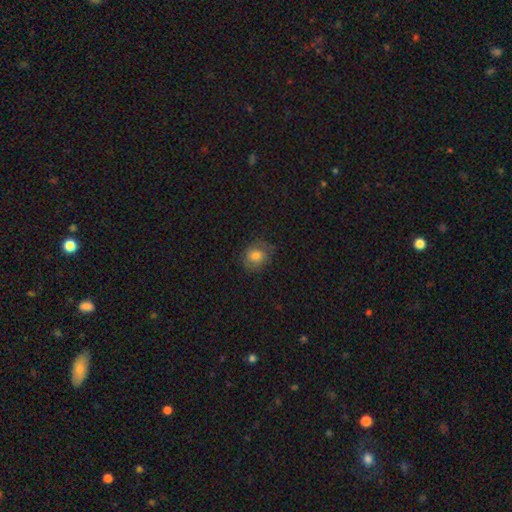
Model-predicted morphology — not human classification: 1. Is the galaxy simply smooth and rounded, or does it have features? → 75% smooth, 15% featured or disk, 10% star or artifact.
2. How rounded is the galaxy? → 73% round, 26% in between, 1% cigar-shaped.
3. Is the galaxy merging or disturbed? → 69% none, 22% minor disturbance, 8% major disturbance, 1% merger.